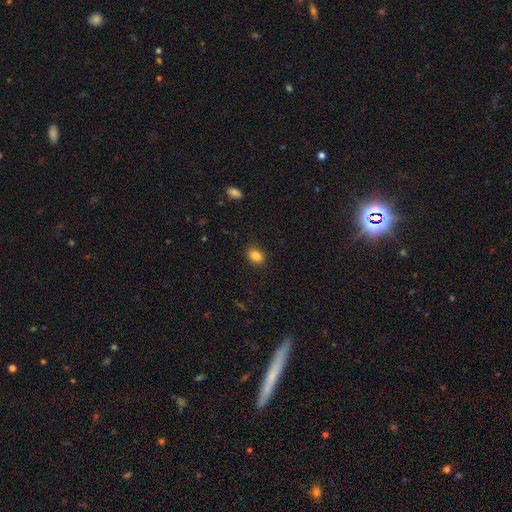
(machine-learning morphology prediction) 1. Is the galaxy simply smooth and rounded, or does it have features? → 85% smooth, 10% star or artifact, 5% featured or disk.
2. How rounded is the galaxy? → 68% in between, 30% round, 1% cigar-shaped.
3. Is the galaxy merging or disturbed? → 89% none, 8% minor disturbance, 2% major disturbance, 1% merger.